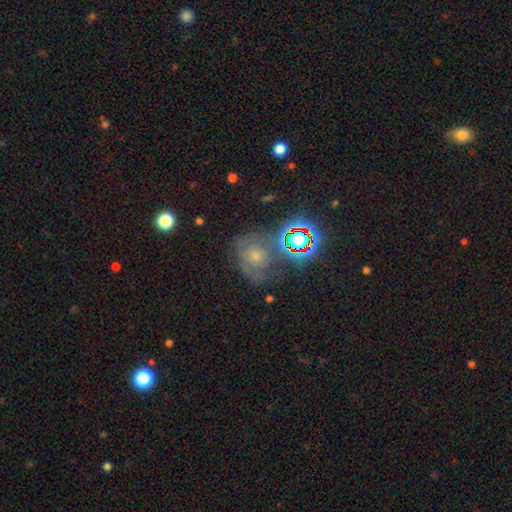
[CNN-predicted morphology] This is marginally a featured or disk galaxy (43%). Merging: possibly none (52%).